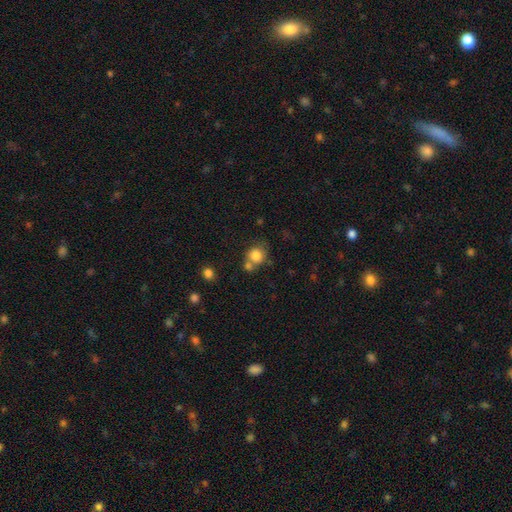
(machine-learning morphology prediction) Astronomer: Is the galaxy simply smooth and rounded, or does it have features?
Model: smooth — 82%.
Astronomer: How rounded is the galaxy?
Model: round — 79%.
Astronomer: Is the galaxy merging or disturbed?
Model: none — 52% (runner-up: merger, 30%).